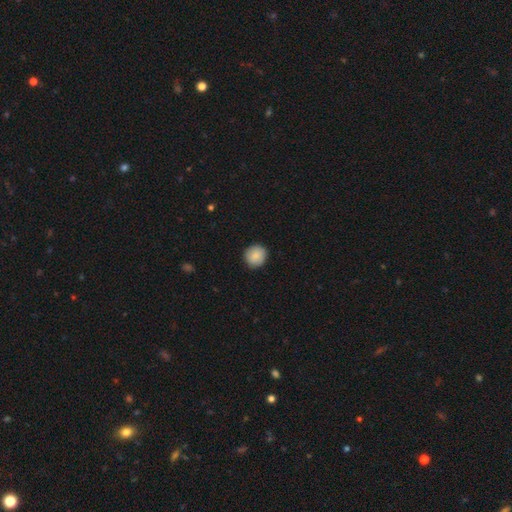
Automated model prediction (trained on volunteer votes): Smooth or featured? Predicted: smooth (p=0.86). How rounded? Predicted: round (p=0.92). Merging? Predicted: none (p=0.90).